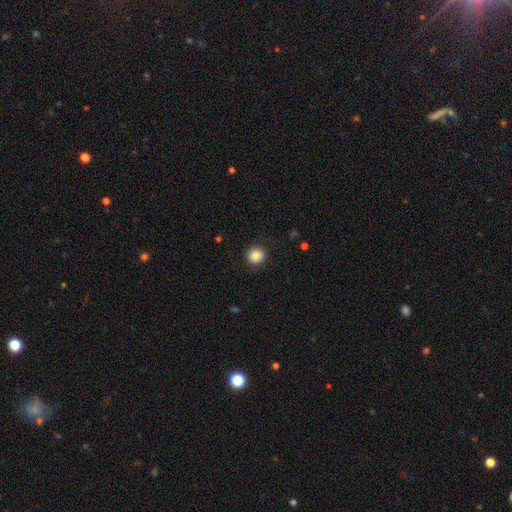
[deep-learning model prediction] Morphology: type=smooth (88%); roundness=round (90%); merging=none (90%).